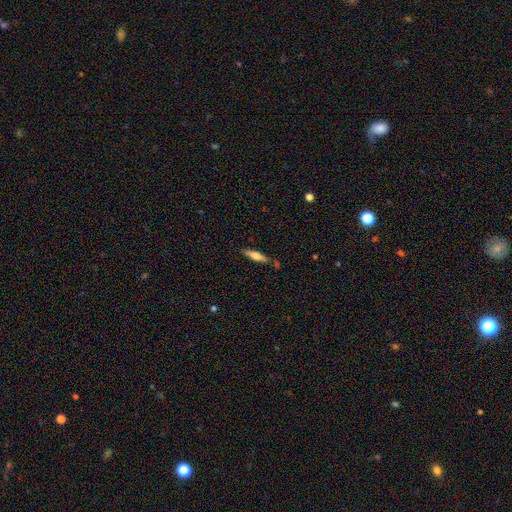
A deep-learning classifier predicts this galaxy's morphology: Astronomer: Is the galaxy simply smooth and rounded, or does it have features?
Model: smooth — 62%.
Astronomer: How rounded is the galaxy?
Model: cigar-shaped — 74%.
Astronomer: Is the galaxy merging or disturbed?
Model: none — 74%.